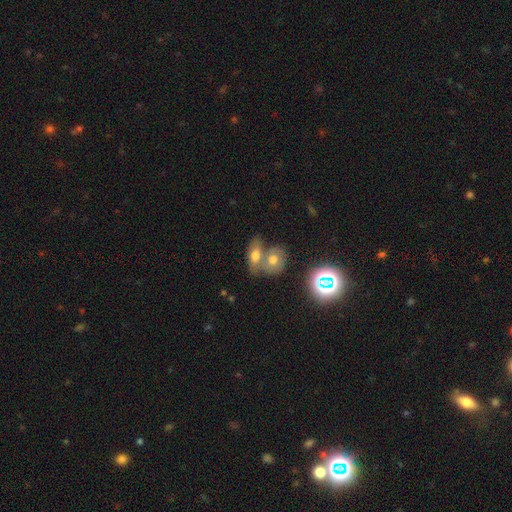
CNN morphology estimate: This appears to be a smooth galaxy with no disk features (60%) that is in between round and cigar-shaped (71%). Merging: merger (57%).